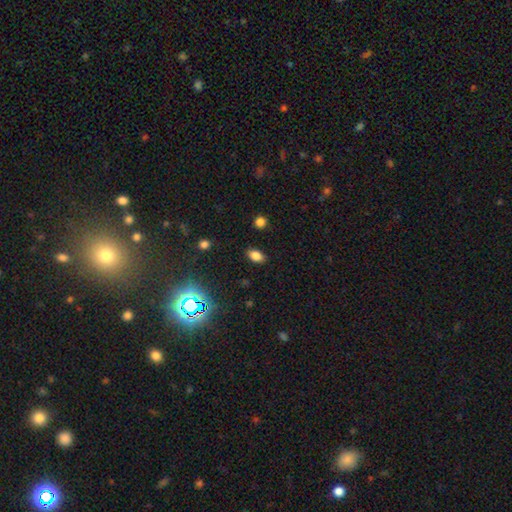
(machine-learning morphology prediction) Smooth or featured? smooth (80%)
How rounded? in between (87%)
Merging? none (86%)